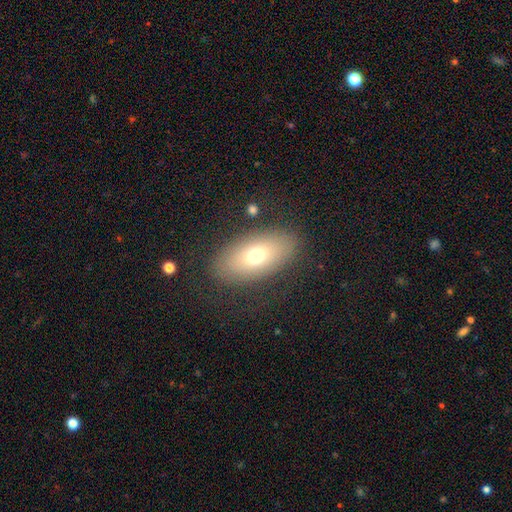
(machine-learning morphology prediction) smooth_or_featured: smooth (p=0.68) [alt: featured or disk p=0.22]
how_rounded: in between (p=0.90) [alt: round p=0.07]
merging: none (p=0.81) [alt: minor disturbance p=0.11]